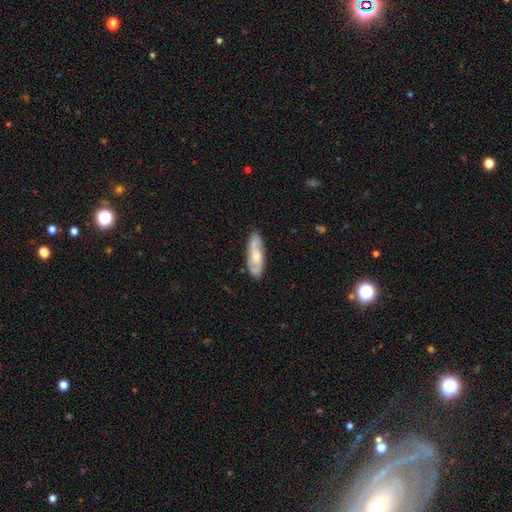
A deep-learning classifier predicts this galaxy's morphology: The model was most divided on "smooth or featured": featured or disk: 53%, smooth: 42%, star or artifact: 6%. More confident: edge-on disk — no (78%); merging — none (77%).